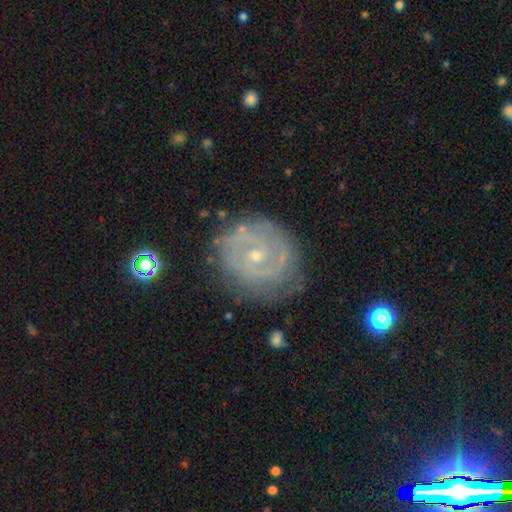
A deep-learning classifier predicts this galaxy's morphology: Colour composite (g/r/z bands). It shows a featured or disk galaxy (84%) with no bar (58%), 2 (58%) tight (63%) spiral arms (93%) and a small central bulge (71%). Merging: none (76%).